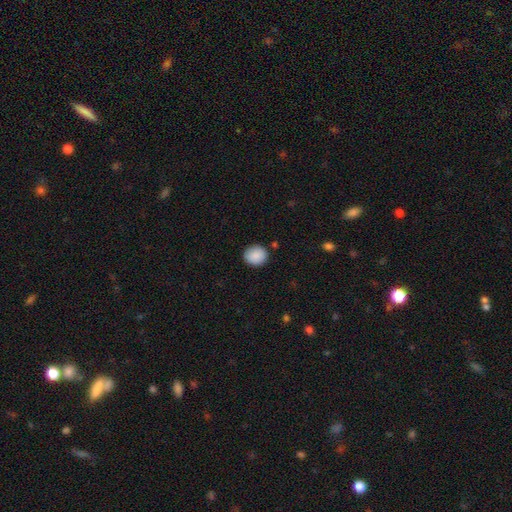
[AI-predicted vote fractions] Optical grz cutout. It shows a smooth galaxy with no disk features (89%) that is round (80%). Merging: none (88%).